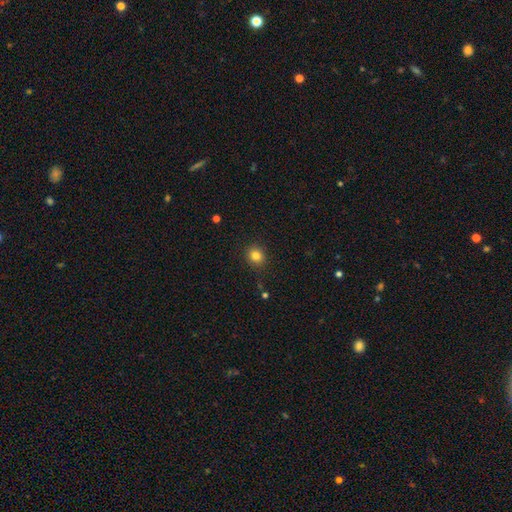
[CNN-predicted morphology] This is clearly a smooth galaxy (82%). How rounded: clearly round (83%). Merging: clearly none (89%).